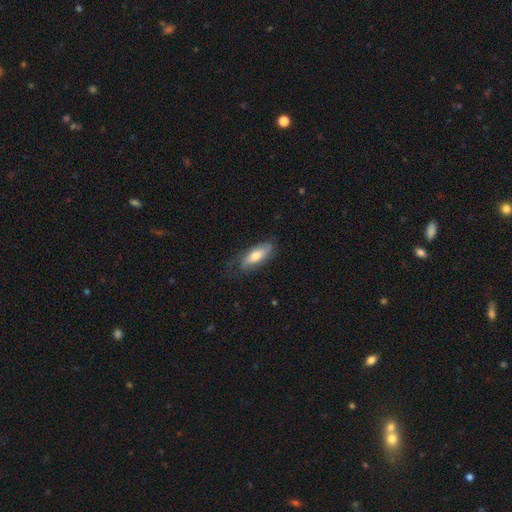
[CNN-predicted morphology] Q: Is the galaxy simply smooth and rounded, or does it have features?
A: smooth — 62%.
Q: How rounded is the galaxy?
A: in between — 69%.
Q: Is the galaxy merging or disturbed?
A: none — 66%.